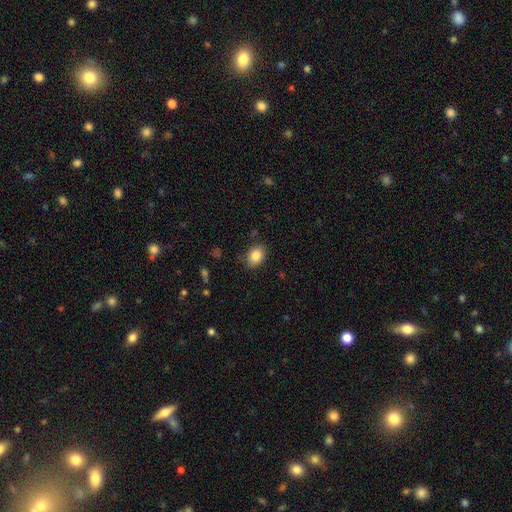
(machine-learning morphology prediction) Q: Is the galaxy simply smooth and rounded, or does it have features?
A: smooth — 86%.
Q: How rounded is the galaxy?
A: in between — 70%.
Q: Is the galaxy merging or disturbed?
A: none — 82%.